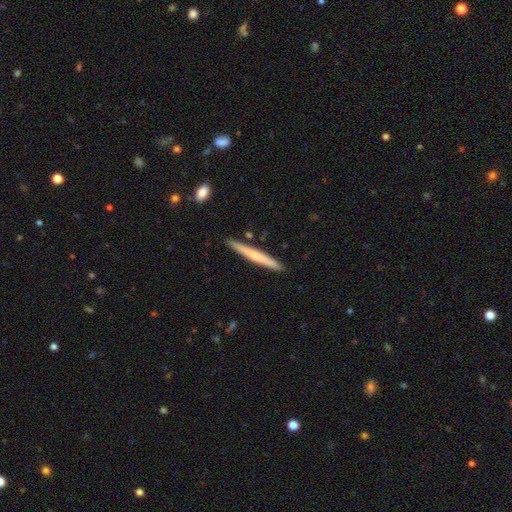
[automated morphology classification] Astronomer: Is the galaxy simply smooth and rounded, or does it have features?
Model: smooth — 53% (runner-up: featured or disk, 42%).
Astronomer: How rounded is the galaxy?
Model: cigar-shaped — 97%.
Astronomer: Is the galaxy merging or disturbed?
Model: none — 90%.